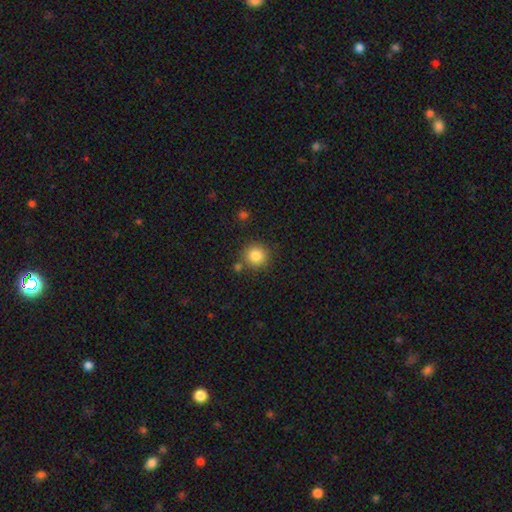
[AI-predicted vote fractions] Smooth or featured? smooth (85%)
How rounded? round (92%)
Merging? none (81%)